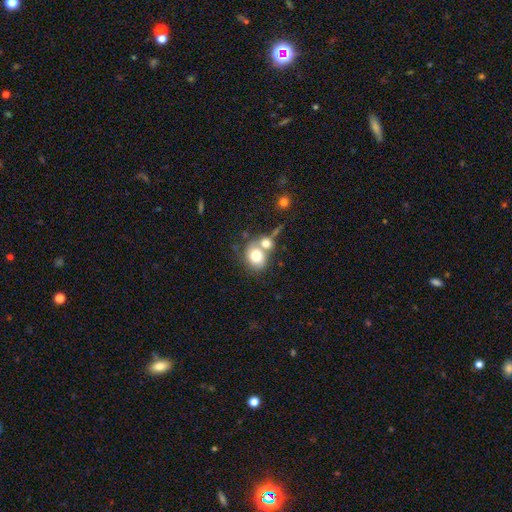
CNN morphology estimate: The model was most divided on "how rounded": round: 55%, in between: 44%, cigar-shaped: 1%. Remaining: smooth or featured — smooth (73%); merging — merger (50%).